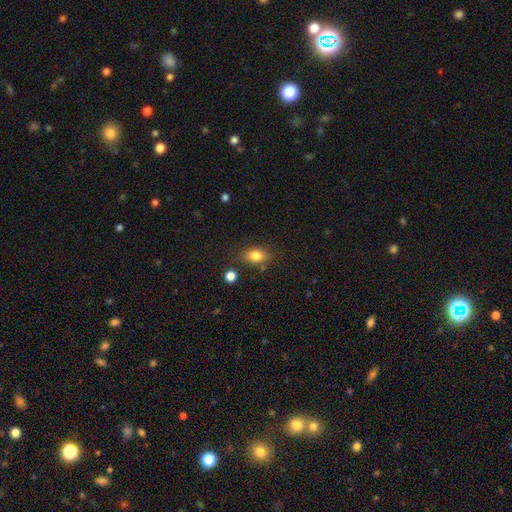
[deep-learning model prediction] Morphology: type=smooth (82%); roundness=in between (78%); merging=none (77%).